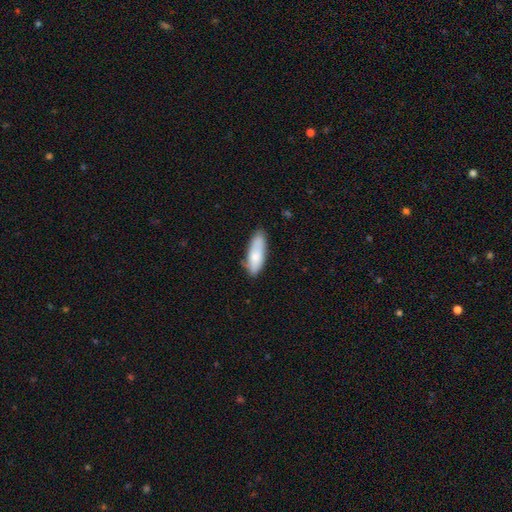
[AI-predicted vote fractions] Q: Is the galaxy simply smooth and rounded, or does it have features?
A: smooth — 77%.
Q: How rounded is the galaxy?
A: in between — 62%.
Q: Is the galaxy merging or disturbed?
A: none — 70%.